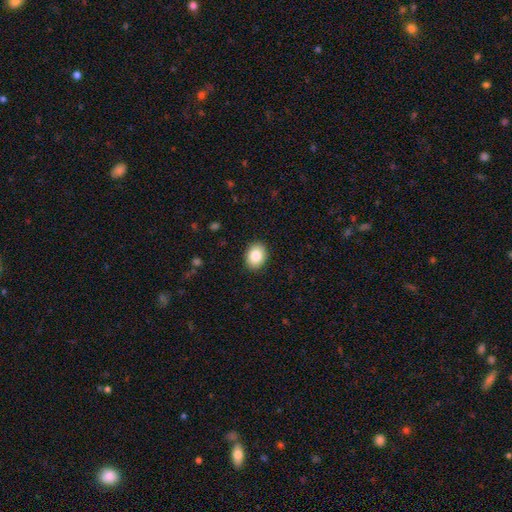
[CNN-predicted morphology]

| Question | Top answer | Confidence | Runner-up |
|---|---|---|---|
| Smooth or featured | smooth | 85% | star or artifact (8%) |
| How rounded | in between | 63% | round (37%) |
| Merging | none | 90% | minor disturbance (7%) |